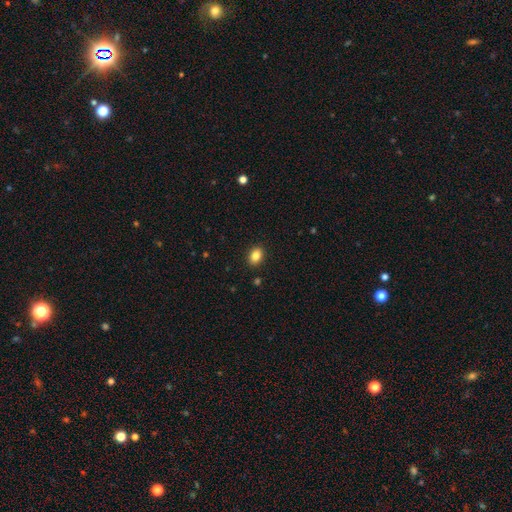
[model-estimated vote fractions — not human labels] Smooth or featured: smooth — 85% (star or artifact — 9%)
How rounded: in between — 75% (round — 24%)
Merging: none — 90% (minor disturbance — 7%)